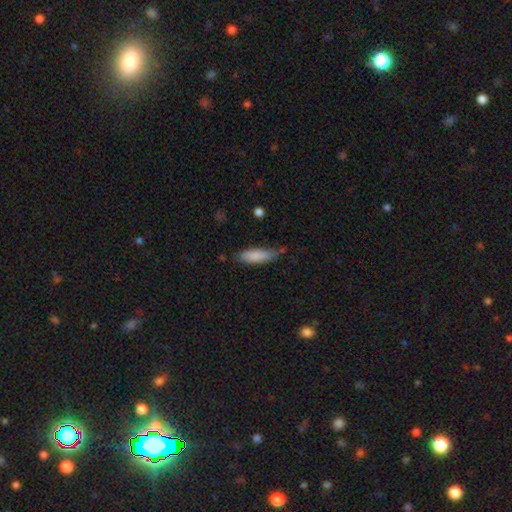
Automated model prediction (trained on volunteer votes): Smooth or featured? smooth (85%)
How rounded? in between (52%)
Merging? none (66%)